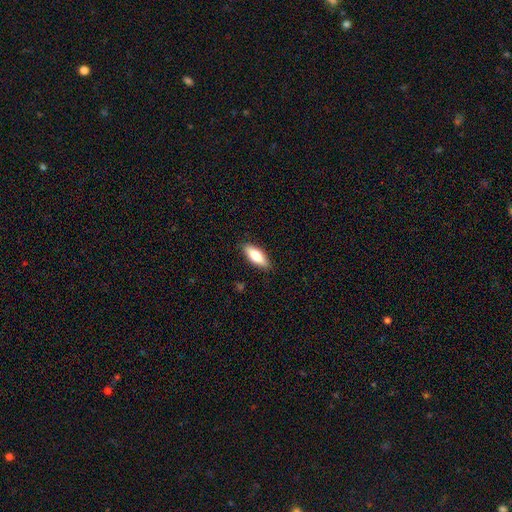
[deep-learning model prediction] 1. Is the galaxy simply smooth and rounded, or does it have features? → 78% smooth, 17% featured or disk, 6% star or artifact.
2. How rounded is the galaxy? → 72% in between, 26% cigar-shaped, 2% round.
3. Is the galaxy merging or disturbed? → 87% none, 10% minor disturbance, 2% major disturbance, 1% merger.